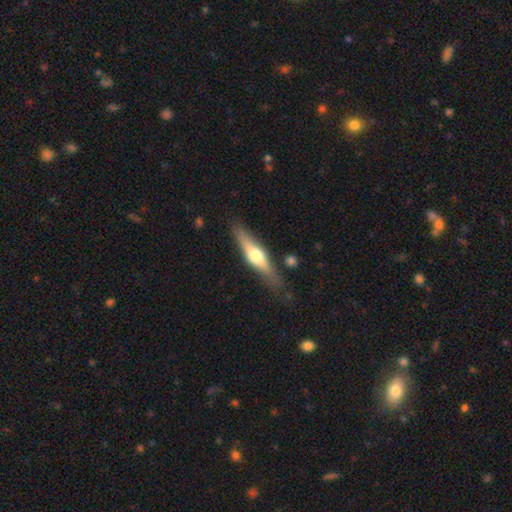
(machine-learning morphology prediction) Smooth or featured: featured or disk — 58% (smooth — 37%)
Edge-on disk: yes — 93% (no — 7%)
Edge-on bulge: rounded — 92% (boxy — 5%)
Merging: none — 80% (minor disturbance — 14%)